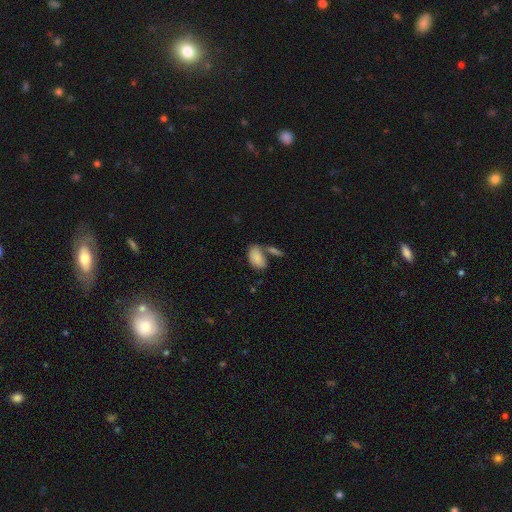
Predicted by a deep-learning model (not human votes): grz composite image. It shows a smooth galaxy with no disk features (84%) that is in between round and cigar-shaped (93%). Merging: none (46%).